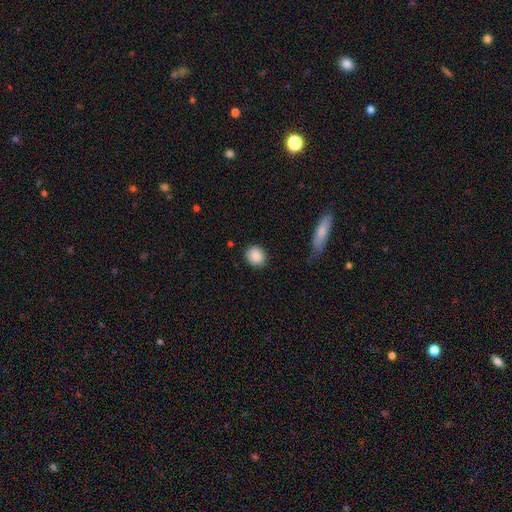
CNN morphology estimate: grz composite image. It shows a smooth galaxy with no disk features (88%) that is round (76%). Merging: none (86%).